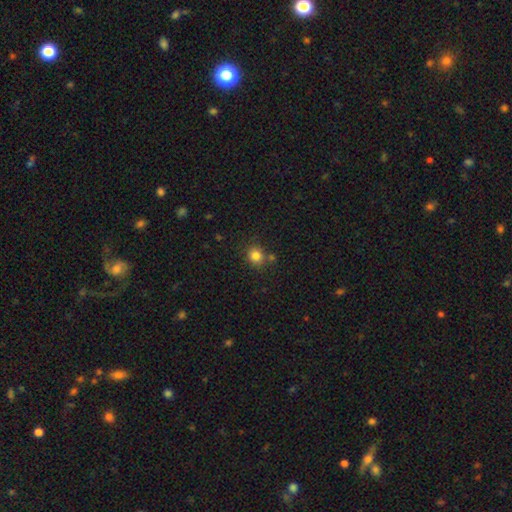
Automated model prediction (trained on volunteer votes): Smooth or featured? smooth (82%)
How rounded? round (85%)
Merging? none (77%)